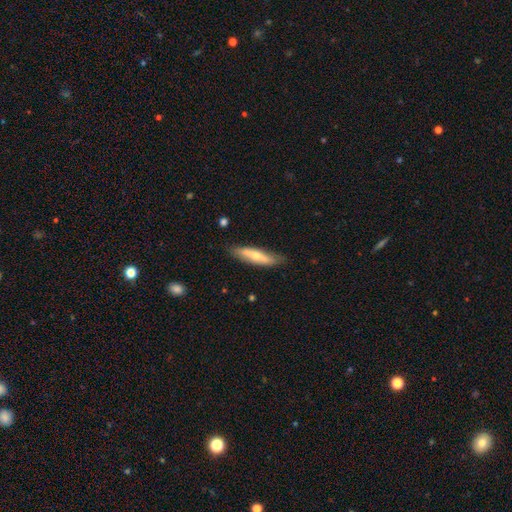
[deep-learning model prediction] This is possibly a smooth galaxy (52%). How rounded: likely cigar-shaped (74%). Merging: clearly none (80%).